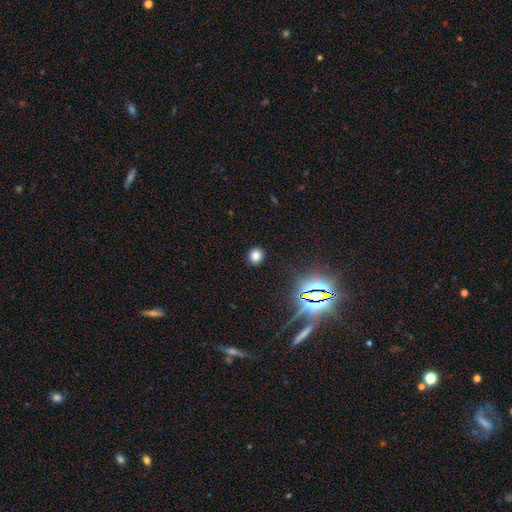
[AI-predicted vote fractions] Smooth or featured: smooth — 77% (star or artifact — 18%)
How rounded: round — 81% (in between — 18%)
Merging: none — 91% (minor disturbance — 5%)